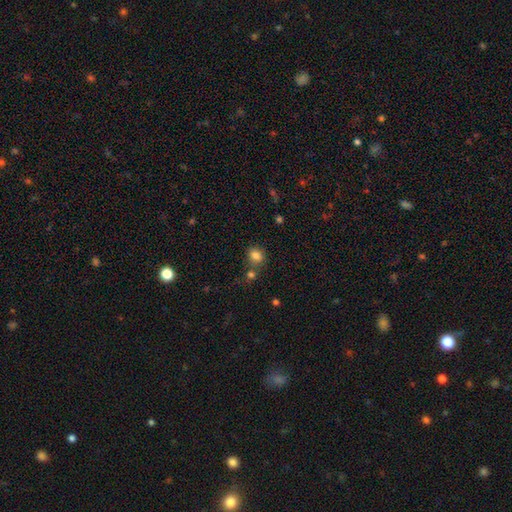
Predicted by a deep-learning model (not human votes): This is clearly a smooth galaxy (81%). How rounded: possibly round (58%). Merging: likely none (66%).